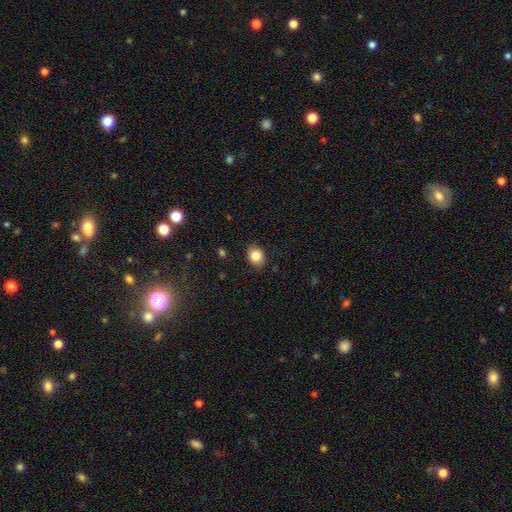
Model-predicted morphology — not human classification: smooth_or_featured: smooth (p=0.84) [alt: star or artifact p=0.09]
how_rounded: in between (p=0.58) [alt: round p=0.41]
merging: none (p=0.86) [alt: minor disturbance p=0.10]